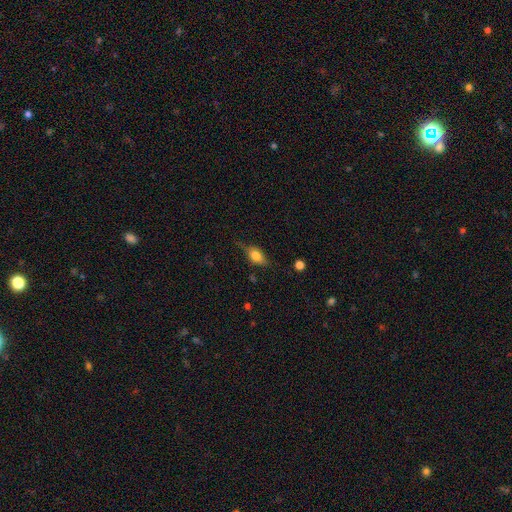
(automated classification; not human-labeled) This is likely a smooth galaxy (70%). How rounded: likely in between (78%). Merging: likely none (64%).